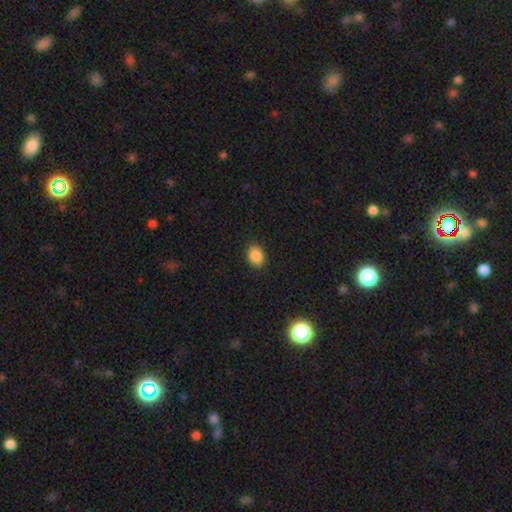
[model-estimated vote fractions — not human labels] smooth_or_featured: smooth (p=0.88) [alt: star or artifact p=0.09]
how_rounded: in between (p=0.69) [alt: round p=0.30]
merging: none (p=0.88) [alt: minor disturbance p=0.08]